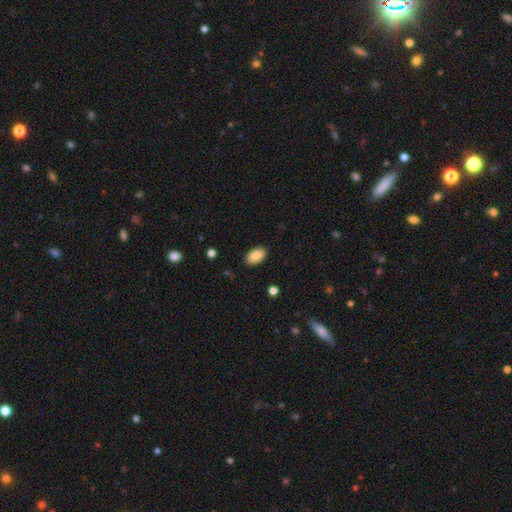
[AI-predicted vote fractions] Smooth or featured? Predicted: smooth (p=0.87). How rounded? Predicted: in between (p=0.93). Merging? Predicted: none (p=0.88).